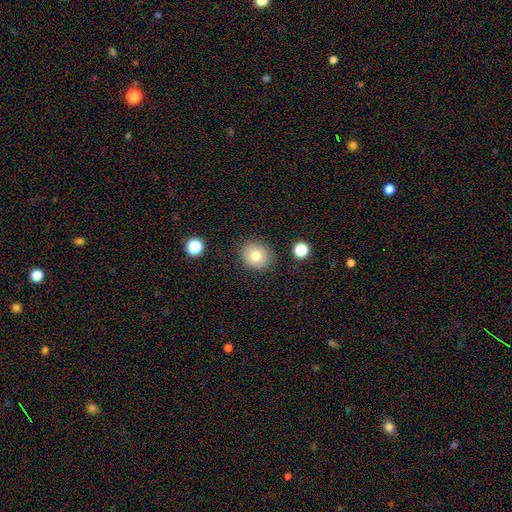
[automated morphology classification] This is likely a smooth galaxy (79%). How rounded: likely round (80%). Merging: clearly none (86%).